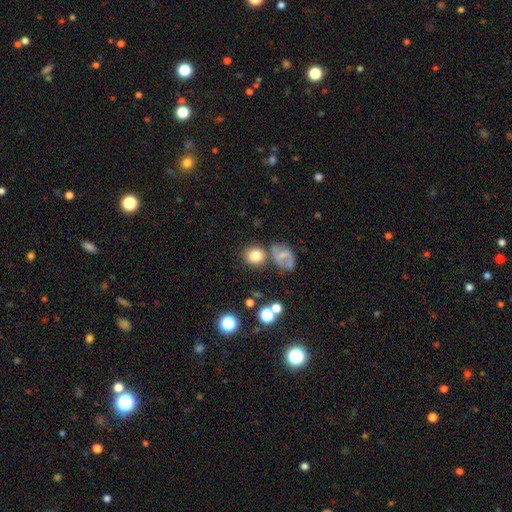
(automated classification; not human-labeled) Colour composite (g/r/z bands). It shows a smooth galaxy with no disk features (78%) that is round (79%). Merging: none (67%).